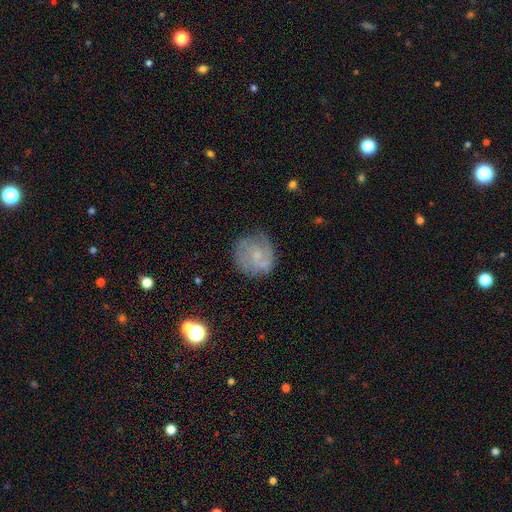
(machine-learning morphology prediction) type=featured or disk (59%); edge-on=no (98%); bar=no (67%); spiral arms=yes (81%); bulge=small (51%); merging=none (70%).